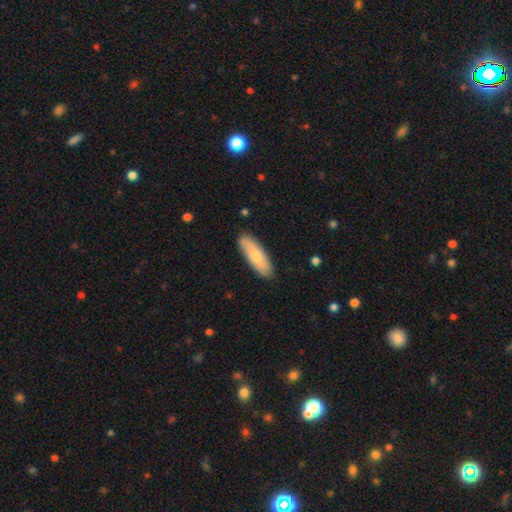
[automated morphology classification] smooth 70%, featured or disk 25%, star or artifact 5%. Down the decision tree: how rounded — in between (57%); merging — none (86%).